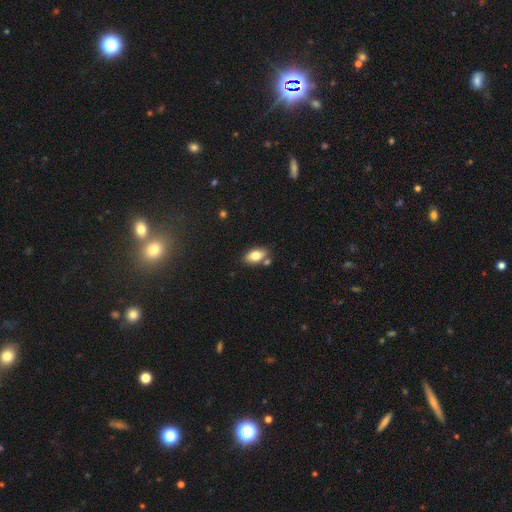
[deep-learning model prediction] Smooth or featured? smooth (79%)
How rounded? in between (91%)
Merging? none (71%)